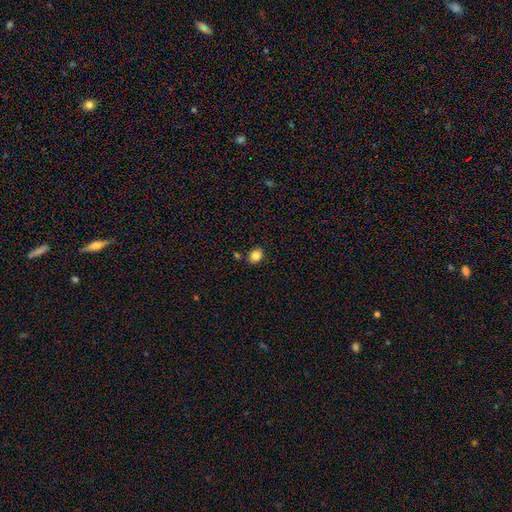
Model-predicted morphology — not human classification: type=smooth (84%); roundness=round (59%); merging=none (84%).